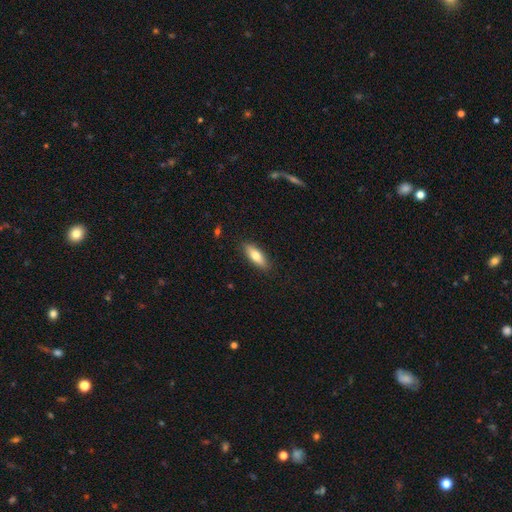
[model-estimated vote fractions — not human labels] Overall: smooth (73%). How rounded: in between (60%; cigar-shaped 37%). Merging: none (88%).